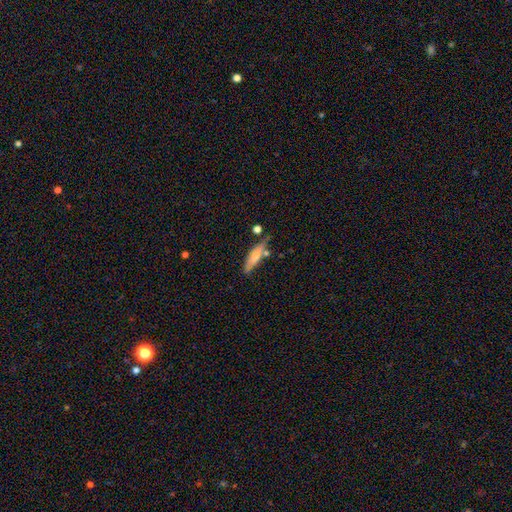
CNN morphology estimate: type=smooth (60%); roundness=cigar-shaped (70%); merging=none (63%).